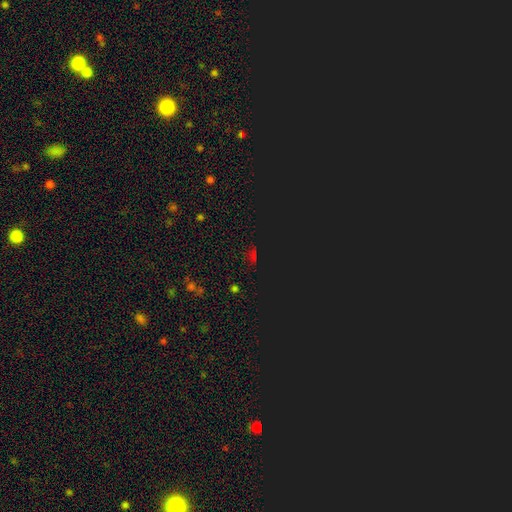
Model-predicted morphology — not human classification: Q: Smooth or featured?
A: star or artifact (73%); runner-up: smooth (20%)